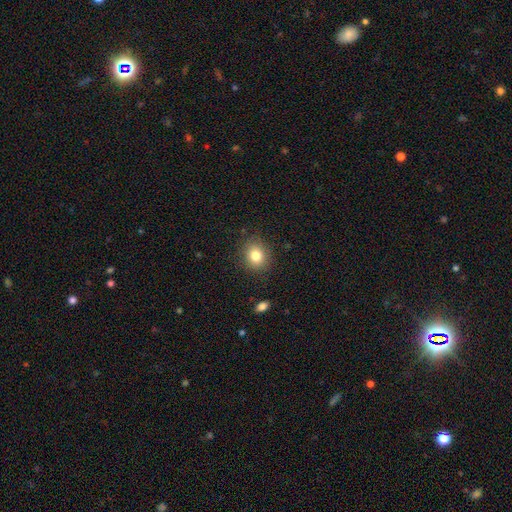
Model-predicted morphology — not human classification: Smooth or featured: smooth — 81% (star or artifact — 11%)
How rounded: round — 71% (in between — 28%)
Merging: none — 87% (minor disturbance — 9%)